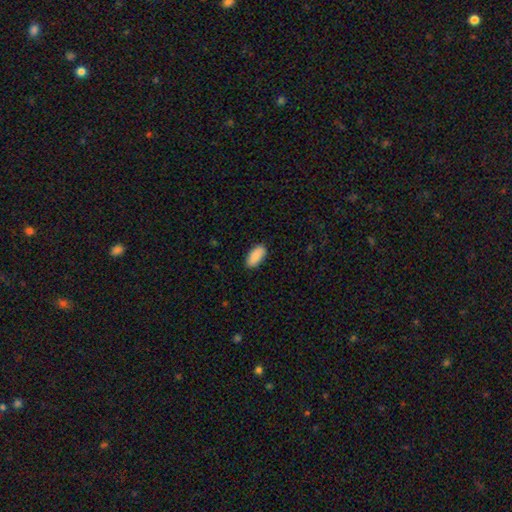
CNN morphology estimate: type=smooth (90%); roundness=in between (91%); merging=none (88%).